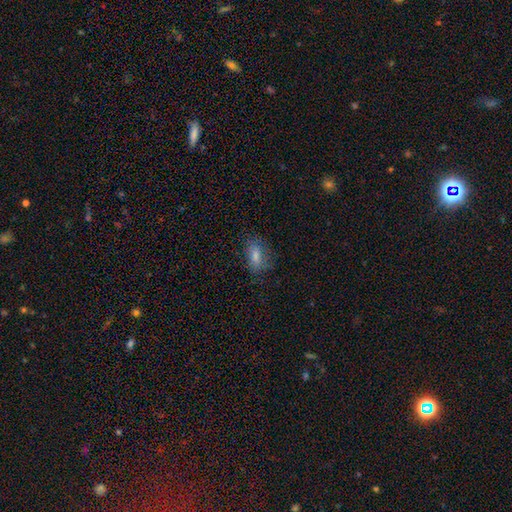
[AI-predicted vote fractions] Morphology: type=smooth (76%); roundness=in between (83%); merging=none (70%).